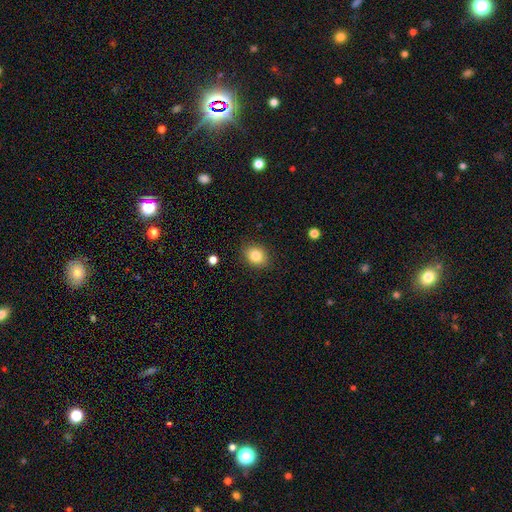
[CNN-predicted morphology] A smooth galaxy with no disk features (84%) that is in between round and cigar-shaped (52%).

Vote fractions:
- Smooth or featured? smooth: 84% / star or artifact: 9% / featured or disk: 7%
- How rounded? in between: 52% / round: 47% / cigar-shaped: 1%
- Merging? none: 87% / minor disturbance: 9% / major disturbance: 3% / merger: 1%